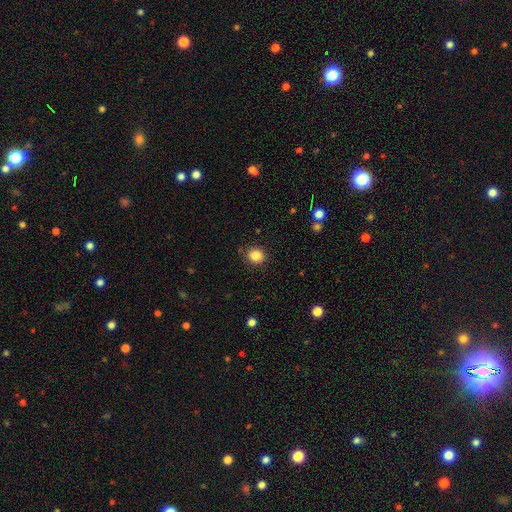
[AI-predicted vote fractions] smooth 85%, star or artifact 10%, featured or disk 4%. Down the decision tree: how rounded — round (75%); merging — none (88%).